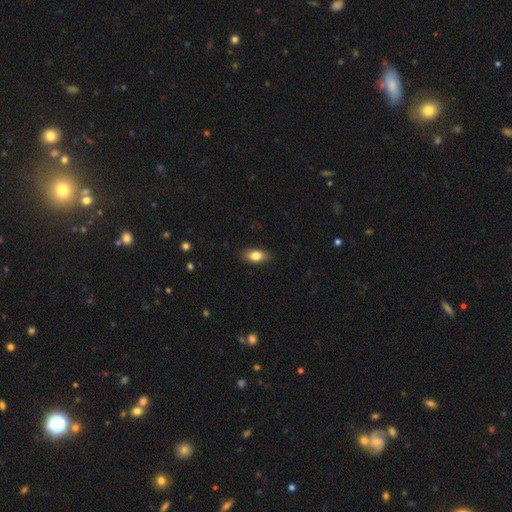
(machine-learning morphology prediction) The model was most divided on "smooth or featured": smooth: 83%, featured or disk: 9%, star or artifact: 8%. More confident: how rounded — in between (89%); merging — none (87%).